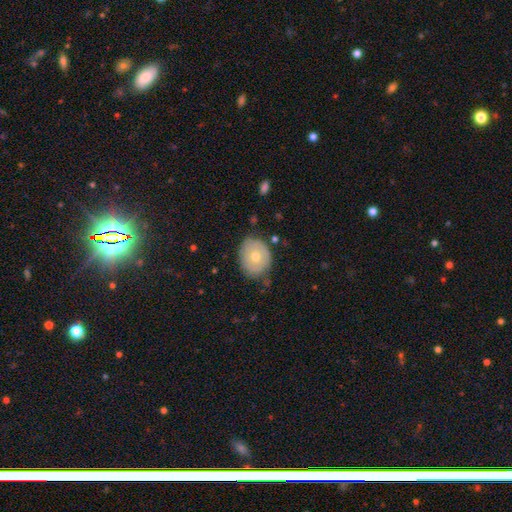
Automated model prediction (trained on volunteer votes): A smooth galaxy with no disk features (56%) that is round (64%). Merging: none (77%).